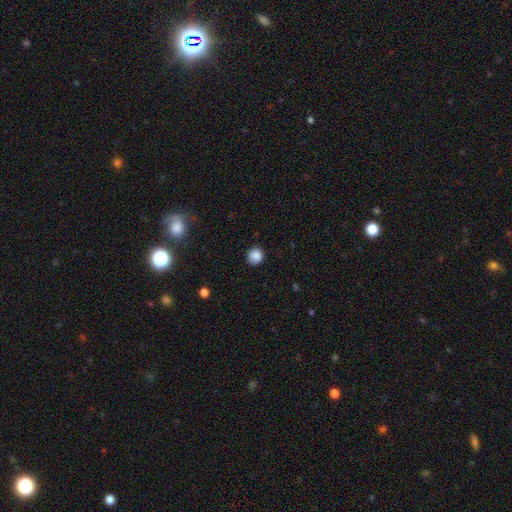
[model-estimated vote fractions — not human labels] A smooth galaxy with no disk features (86%) that is round (89%).

Vote fractions:
- Smooth or featured? smooth: 86% / star or artifact: 10% / featured or disk: 3%
- How rounded? round: 89% / in between: 10% / cigar-shaped: 1%
- Merging? none: 89% / minor disturbance: 8% / major disturbance: 2% / merger: 1%